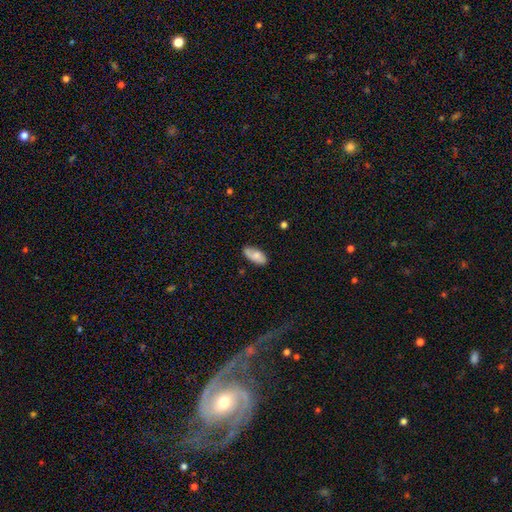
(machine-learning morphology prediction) Q: Smooth or featured?
A: smooth (71%); runner-up: featured or disk (22%)
Q: How rounded?
A: in between (88%); runner-up: cigar-shaped (9%)
Q: Merging?
A: none (70%); runner-up: minor disturbance (22%)